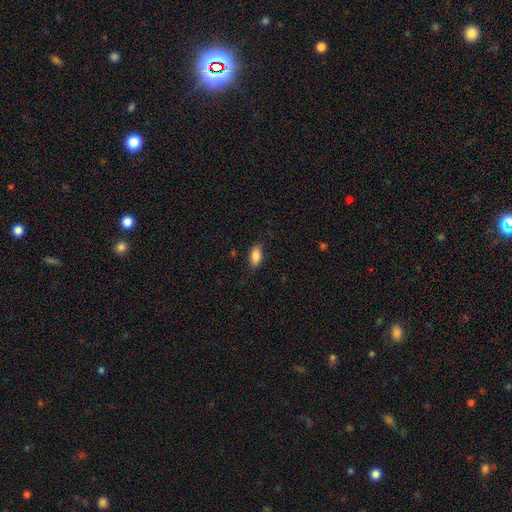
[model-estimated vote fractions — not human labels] smooth-or-featured: smooth: 85% | featured or disk: 8% | star or artifact: 7%
  how-rounded: in between: 89% | cigar-shaped: 7% | round: 4%
  merging: none: 82% | minor disturbance: 14% | major disturbance: 3% | merger: 1%